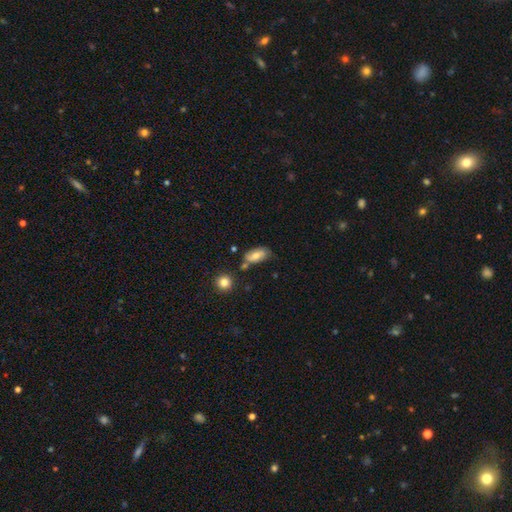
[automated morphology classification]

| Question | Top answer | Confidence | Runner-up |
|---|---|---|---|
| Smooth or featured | smooth | 69% | featured or disk (23%) |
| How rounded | in between | 90% | cigar-shaped (6%) |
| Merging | none | 61% | minor disturbance (25%) |